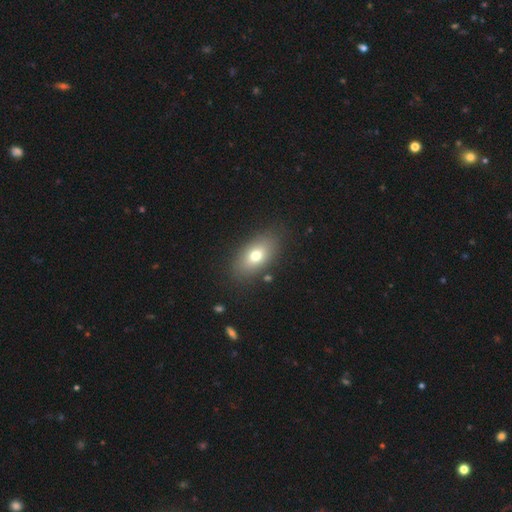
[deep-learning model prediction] This appears to be a smooth galaxy with no disk features (72%) that is in between round and cigar-shaped (87%). Merging: none (84%).